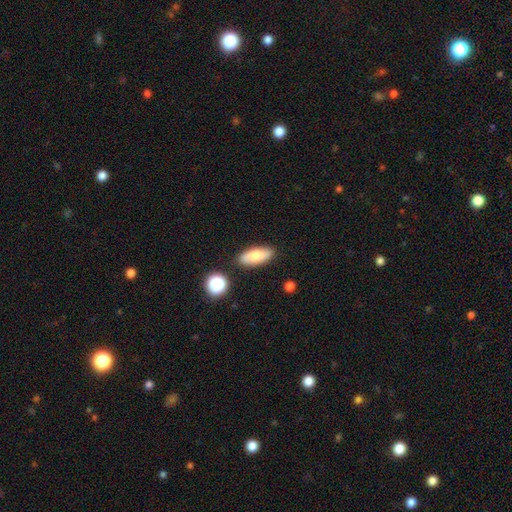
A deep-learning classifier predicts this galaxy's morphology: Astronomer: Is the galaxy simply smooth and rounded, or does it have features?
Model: smooth — 73%.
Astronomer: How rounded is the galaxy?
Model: in between — 79%.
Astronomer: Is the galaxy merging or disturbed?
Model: none — 83%.